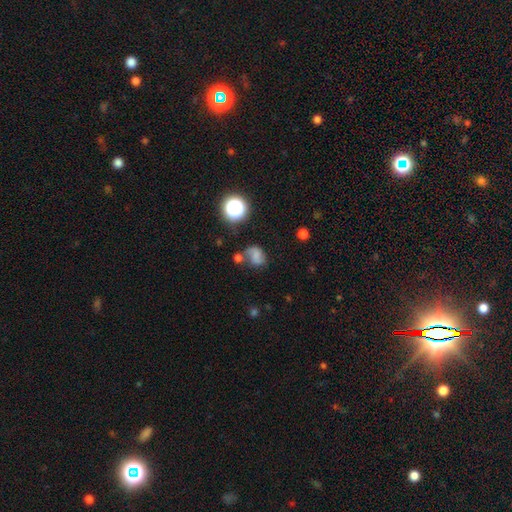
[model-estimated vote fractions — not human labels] Morphology: type=smooth (57%); roundness=in between (52%); merging=none (44%).